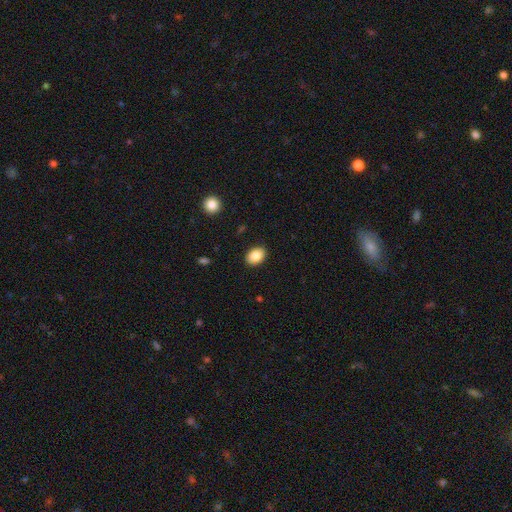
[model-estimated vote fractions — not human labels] Smooth or featured? Predicted: smooth (p=0.86). How rounded? Predicted: in between (p=0.75). Merging? Predicted: none (p=0.89).